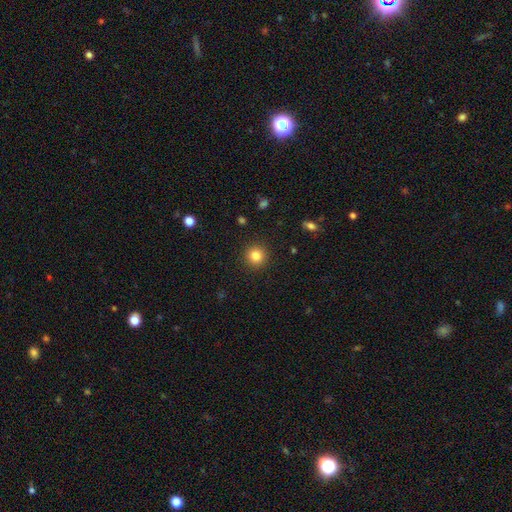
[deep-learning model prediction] smooth-or-featured: smooth: 83% | star or artifact: 11% | featured or disk: 6%
  how-rounded: round: 94% | in between: 5% | cigar-shaped: 1%
  merging: none: 91% | minor disturbance: 6% | major disturbance: 2% | merger: 1%